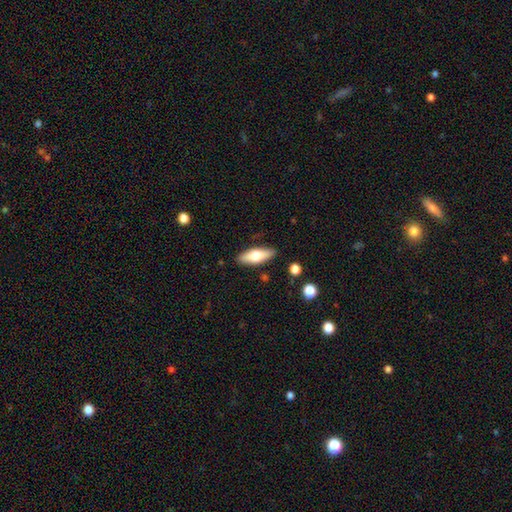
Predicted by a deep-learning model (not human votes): smooth-or-featured: smooth: 60% | featured or disk: 34% | star or artifact: 6%
  how-rounded: in between: 62% | cigar-shaped: 35% | round: 3%
  merging: none: 86% | minor disturbance: 10% | major disturbance: 2% | merger: 2%